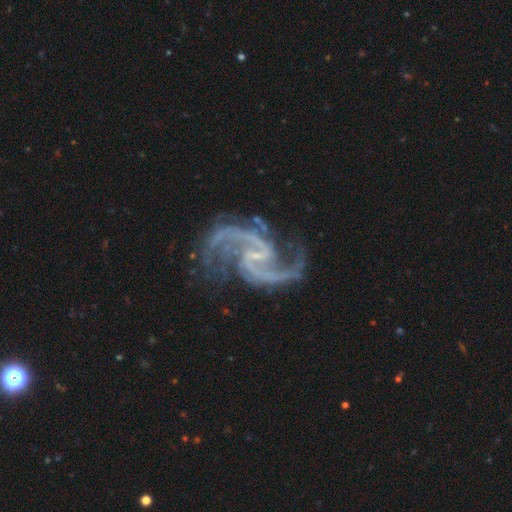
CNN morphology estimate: Q: Smooth or featured?
A: featured or disk (94%); runner-up: star or artifact (4%)
Q: Edge-on disk?
A: no (98%); runner-up: yes (2%)
Q: Bar?
A: weak (47%); runner-up: no (28%)
Q: Spiral arms?
A: yes (99%); runner-up: no (1%)
Q: Spiral winding?
A: medium (53%); runner-up: loose (35%)
Q: Spiral arm count?
A: 2 (88%); runner-up: 3 (4%)
Q: Bulge size?
A: small (71%); runner-up: none (21%)
Q: Merging?
A: none (71%); runner-up: minor disturbance (16%)